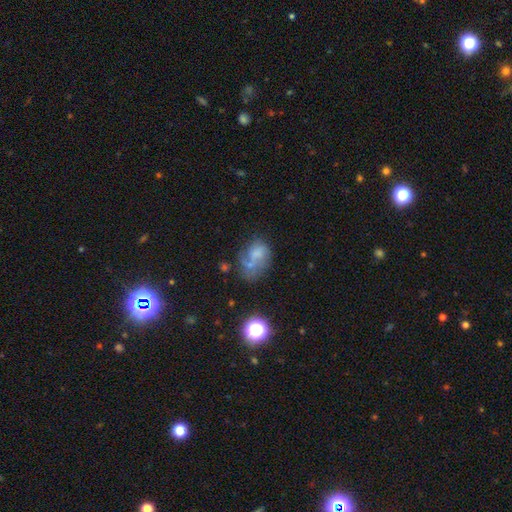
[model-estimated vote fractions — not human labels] smooth_or_featured: smooth (p=0.43) [alt: featured or disk p=0.40]
merging: none (p=0.32) [alt: major disturbance p=0.29]